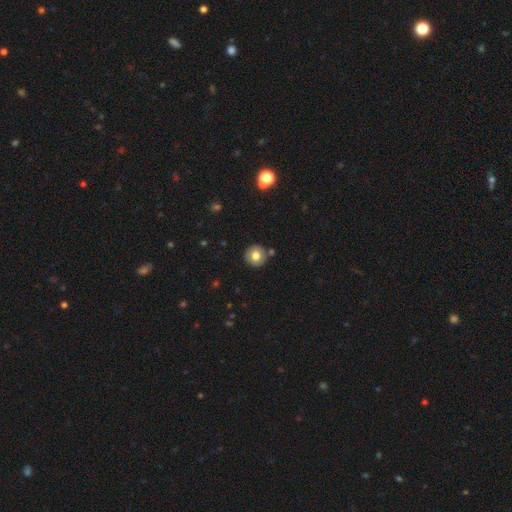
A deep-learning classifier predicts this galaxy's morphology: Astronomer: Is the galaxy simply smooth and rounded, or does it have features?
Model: smooth — 75%.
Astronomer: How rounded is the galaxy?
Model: round — 93%.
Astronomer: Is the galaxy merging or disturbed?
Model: none — 84%.